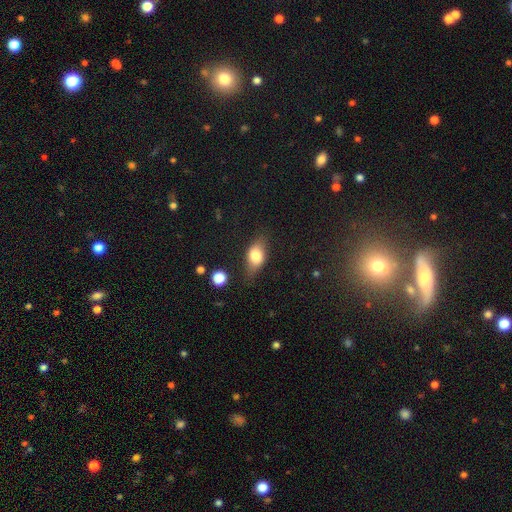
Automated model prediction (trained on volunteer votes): A smooth galaxy with no disk features (73%) that is in between round and cigar-shaped (81%). Merging: none (68%).